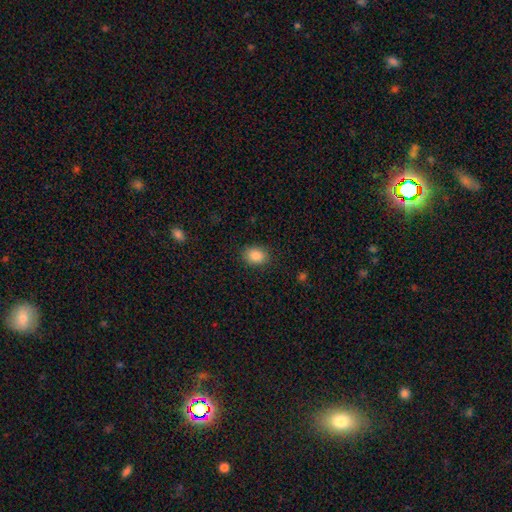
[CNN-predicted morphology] Smooth or featured: smooth — 87% (star or artifact — 8%)
How rounded: in between — 66% (round — 33%)
Merging: none — 86% (minor disturbance — 10%)